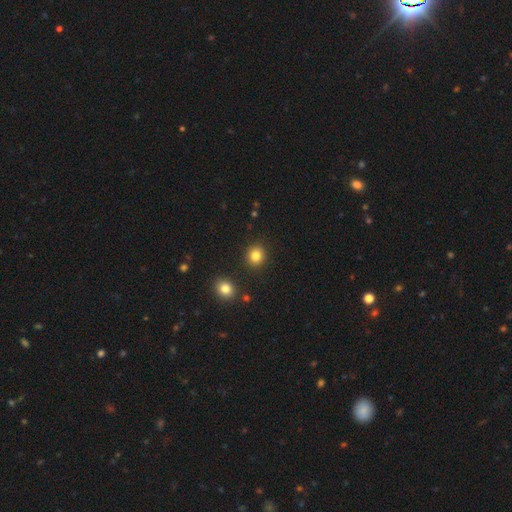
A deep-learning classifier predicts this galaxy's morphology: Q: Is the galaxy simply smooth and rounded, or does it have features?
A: smooth — 83%.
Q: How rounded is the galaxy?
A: round — 85%.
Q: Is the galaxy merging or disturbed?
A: none — 90%.